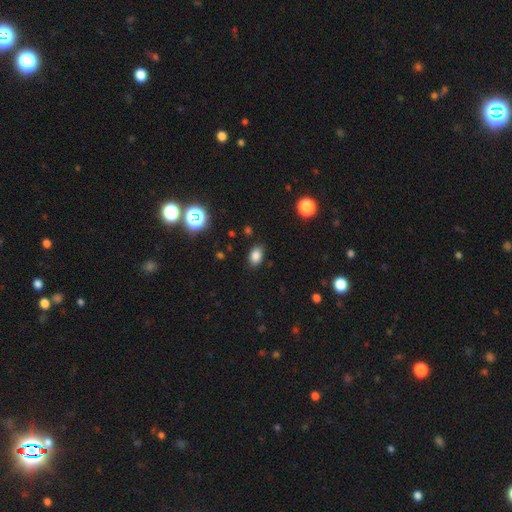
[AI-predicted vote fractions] smooth 82%, star or artifact 12%, featured or disk 5%. Down the decision tree: how rounded — in between (81%); merging — none (84%).